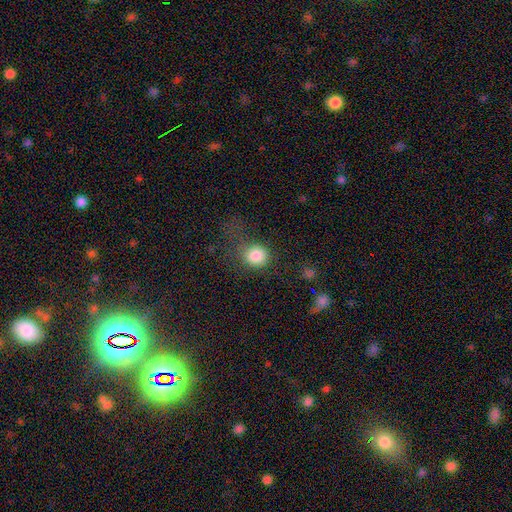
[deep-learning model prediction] This appears to be a smooth galaxy with no disk features (84%) that is round (82%). Merging: none (56%).